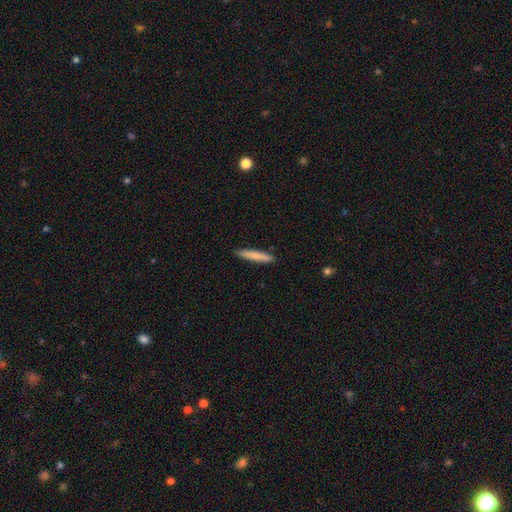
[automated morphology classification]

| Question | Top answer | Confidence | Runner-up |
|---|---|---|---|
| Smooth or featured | smooth | 80% | featured or disk (14%) |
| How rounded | cigar-shaped | 93% | in between (6%) |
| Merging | none | 90% | minor disturbance (7%) |